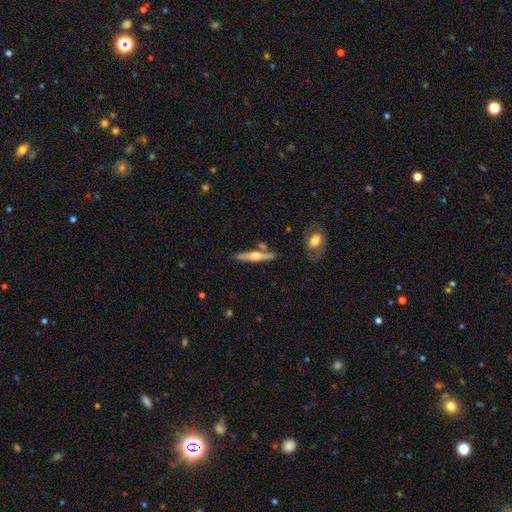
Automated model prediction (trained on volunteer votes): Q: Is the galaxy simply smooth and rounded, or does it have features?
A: featured or disk — 62%.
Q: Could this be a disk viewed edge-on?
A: yes — 95%.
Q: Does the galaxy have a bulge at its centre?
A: rounded — 93%.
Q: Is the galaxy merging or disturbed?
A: none — 78%.